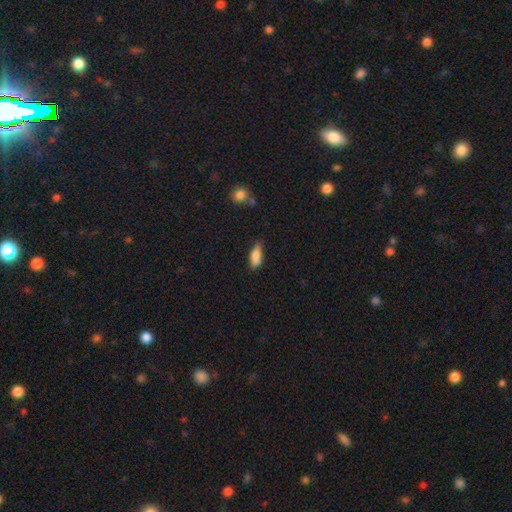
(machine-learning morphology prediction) A smooth galaxy with no disk features (78%) that is in between round and cigar-shaped (75%). Merging: none (60%).